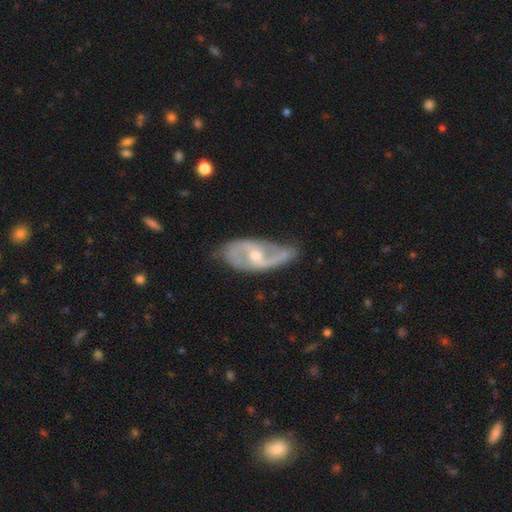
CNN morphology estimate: type=featured or disk (83%); edge-on=no (94%); bar=no (42%); spiral arms=yes (89%); winding=medium (42%); arm count=2 (81%); bulge=moderate (50%); merging=none (59%).